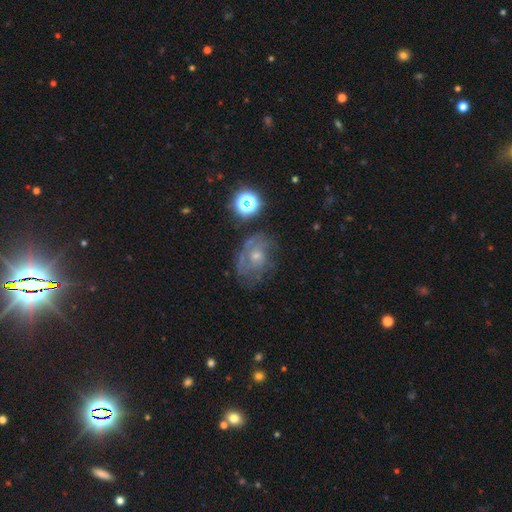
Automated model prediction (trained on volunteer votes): Q: Smooth or featured?
A: featured or disk (56%); runner-up: smooth (23%)
Q: Edge-on disk?
A: no (96%); runner-up: yes (4%)
Q: Bar?
A: no (80%); runner-up: weak (17%)
Q: Spiral arms?
A: yes (75%); runner-up: no (25%)
Q: Bulge size?
A: small (55%); runner-up: moderate (38%)
Q: Merging?
A: none (61%); runner-up: minor disturbance (22%)